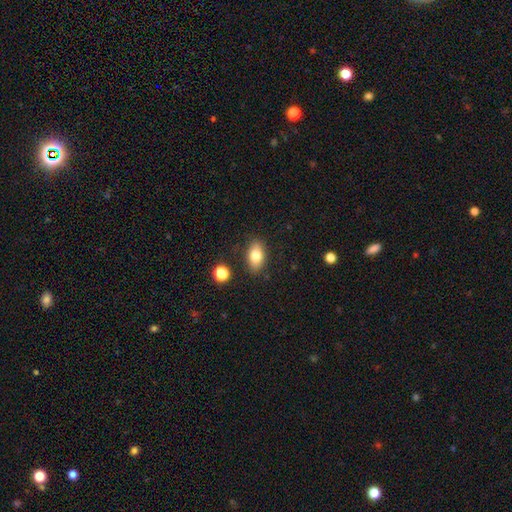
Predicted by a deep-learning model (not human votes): Morphology: type=smooth (78%); roundness=in between (87%); merging=none (85%).